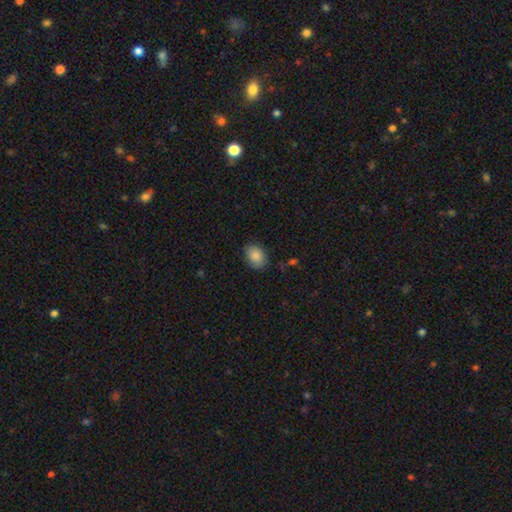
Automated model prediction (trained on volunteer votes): Morphology: type=smooth (87%); roundness=in between (73%); merging=none (80%).